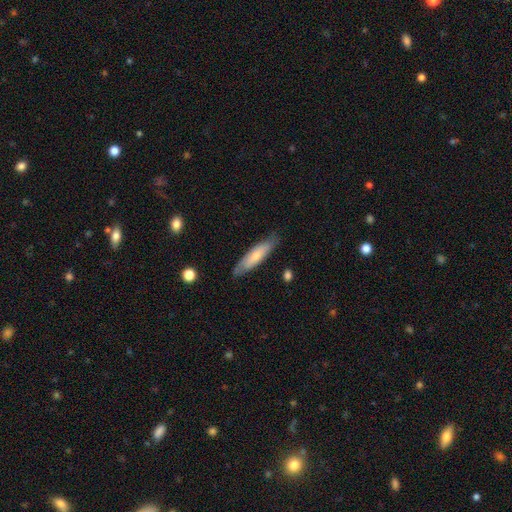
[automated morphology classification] Smooth or featured? Predicted: smooth (p=0.63). How rounded? Predicted: cigar-shaped (p=0.72). Merging? Predicted: none (p=0.80).